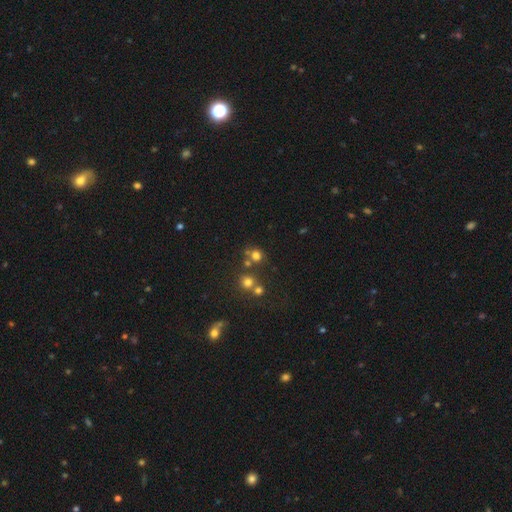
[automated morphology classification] Q: Smooth or featured?
A: smooth (68%); runner-up: star or artifact (21%)
Q: How rounded?
A: round (85%); runner-up: in between (14%)
Q: Merging?
A: none (60%); runner-up: merger (27%)